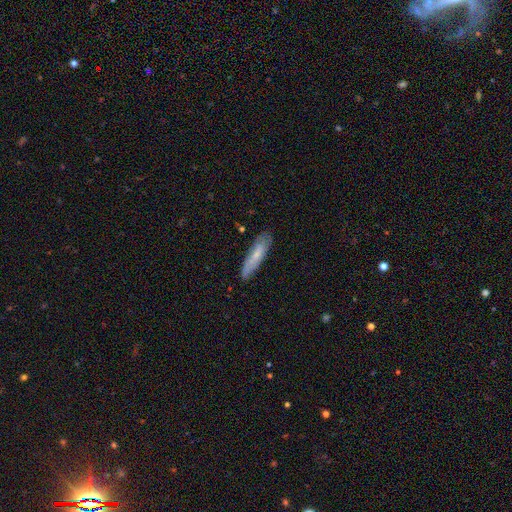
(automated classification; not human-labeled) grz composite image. It shows a smooth galaxy with no disk features (59%) that is cigar-shaped (74%). Merging: none (78%).